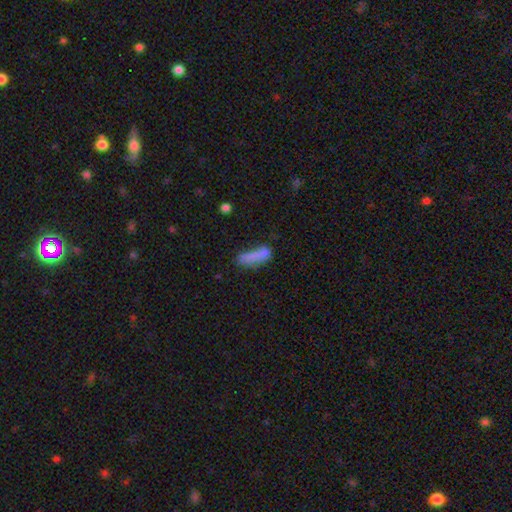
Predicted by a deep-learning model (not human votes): Q: Smooth or featured?
A: smooth (75%); runner-up: featured or disk (15%)
Q: How rounded?
A: cigar-shaped (56%); runner-up: in between (41%)
Q: Merging?
A: none (46%); runner-up: minor disturbance (24%)